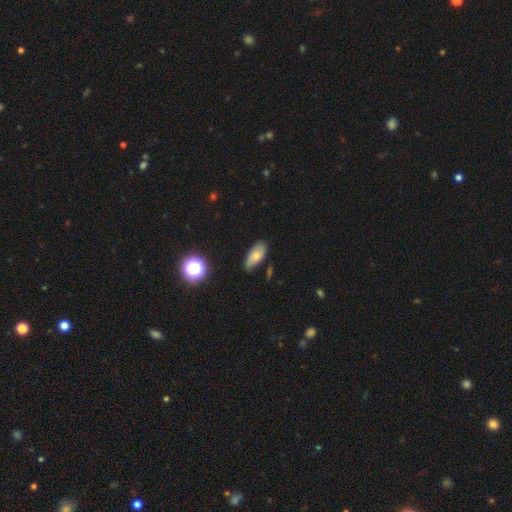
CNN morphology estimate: type=smooth (70%); roundness=in between (88%); merging=none (69%).